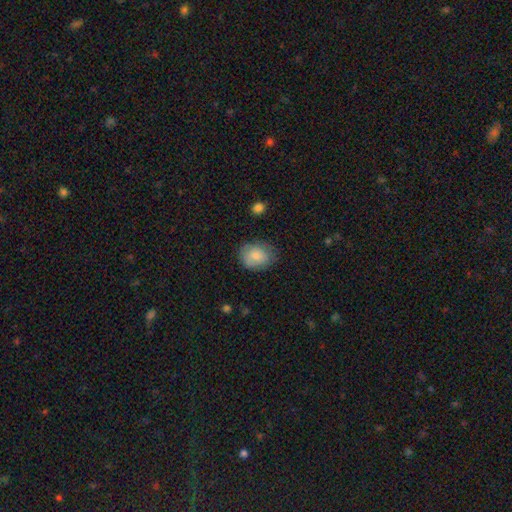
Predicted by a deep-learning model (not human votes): Smooth or featured: smooth — 78% (featured or disk — 15%)
How rounded: in between — 54% (round — 45%)
Merging: none — 70% (minor disturbance — 22%)